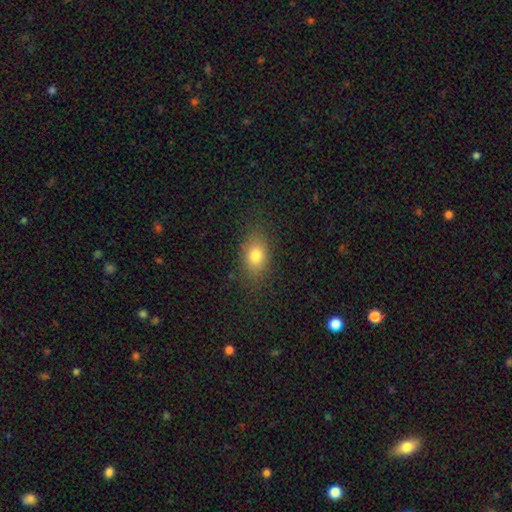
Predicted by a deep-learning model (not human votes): smooth-or-featured: smooth: 80% | star or artifact: 10% | featured or disk: 10%
  how-rounded: in between: 79% | round: 18% | cigar-shaped: 3%
  merging: none: 82% | minor disturbance: 12% | major disturbance: 4% | merger: 1%